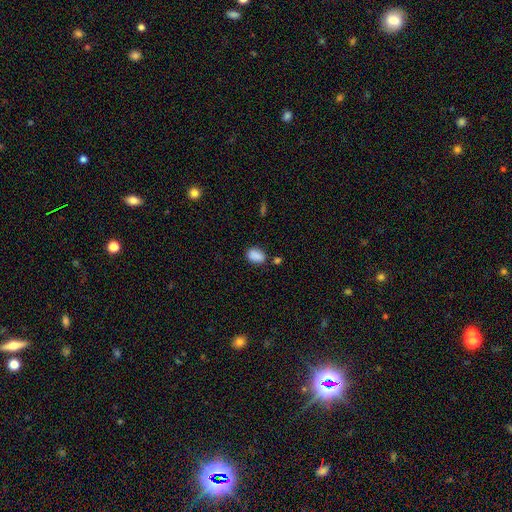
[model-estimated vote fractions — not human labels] Smooth or featured? smooth (88%)
How rounded? in between (84%)
Merging? none (73%)